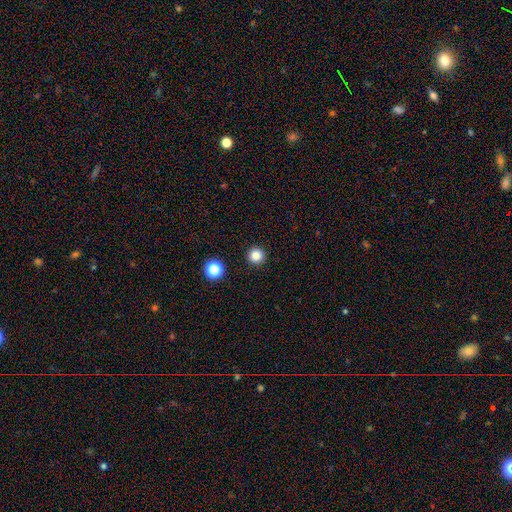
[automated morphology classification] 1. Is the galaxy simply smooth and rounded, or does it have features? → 84% smooth, 12% star or artifact, 4% featured or disk.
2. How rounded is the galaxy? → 96% round, 3% in between, 1% cigar-shaped.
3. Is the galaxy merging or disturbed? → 93% none, 4% minor disturbance, 2% major disturbance, 1% merger.